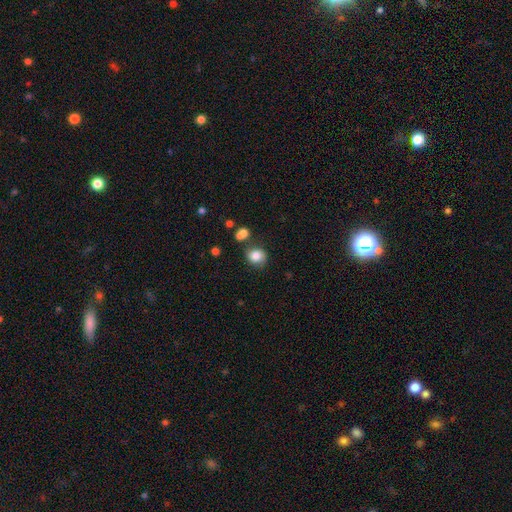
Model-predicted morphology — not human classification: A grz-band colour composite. It shows a smooth galaxy with no disk features (83%) that is round (72%). Merging: none (65%).